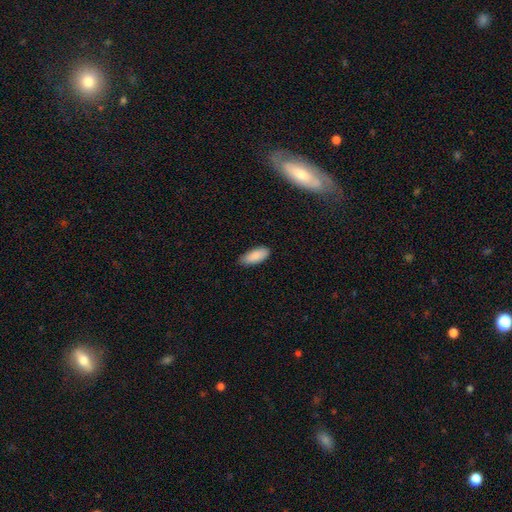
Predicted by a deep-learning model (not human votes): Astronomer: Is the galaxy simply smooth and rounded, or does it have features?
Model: smooth — 89%.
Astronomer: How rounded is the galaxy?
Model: in between — 84%.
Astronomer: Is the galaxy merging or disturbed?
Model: none — 81%.